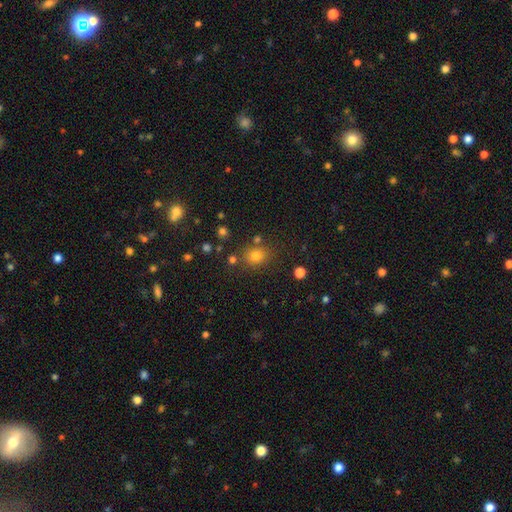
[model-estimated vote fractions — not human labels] Smooth or featured: smooth — 73% (star or artifact — 20%)
How rounded: round — 68% (in between — 31%)
Merging: none — 79% (minor disturbance — 11%)